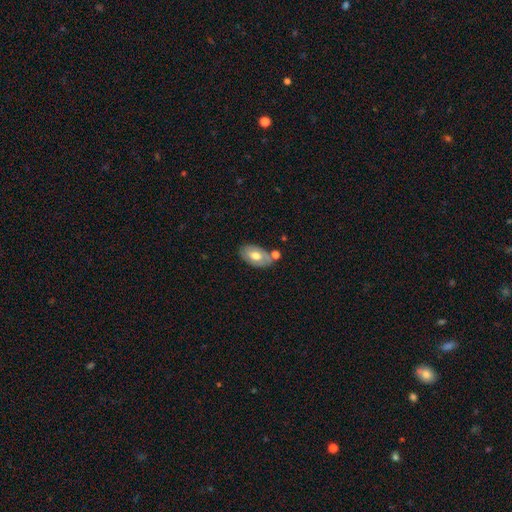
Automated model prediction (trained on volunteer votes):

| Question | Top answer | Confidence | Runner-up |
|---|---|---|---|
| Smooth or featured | smooth | 55% | featured or disk (38%) |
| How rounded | in between | 91% | round (7%) |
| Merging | none | 64% | minor disturbance (17%) |